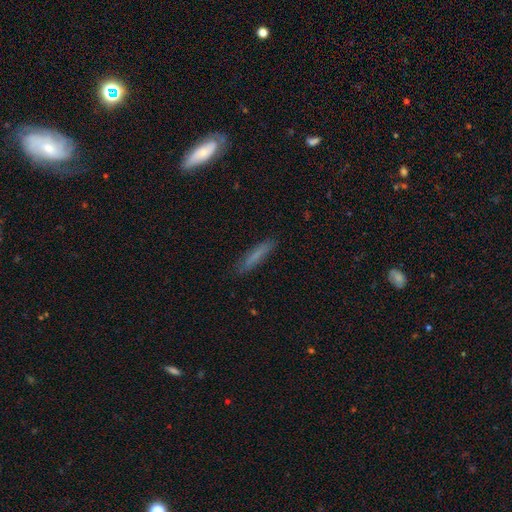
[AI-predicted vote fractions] Smooth or featured?
  - smooth: 71% *
  - featured or disk: 21%
  - star or artifact: 9%
How rounded?
  - cigar-shaped: 87% *
  - in between: 11%
  - round: 1%
Merging?
  - none: 84% *
  - minor disturbance: 12%
  - major disturbance: 3%
  - merger: 1%